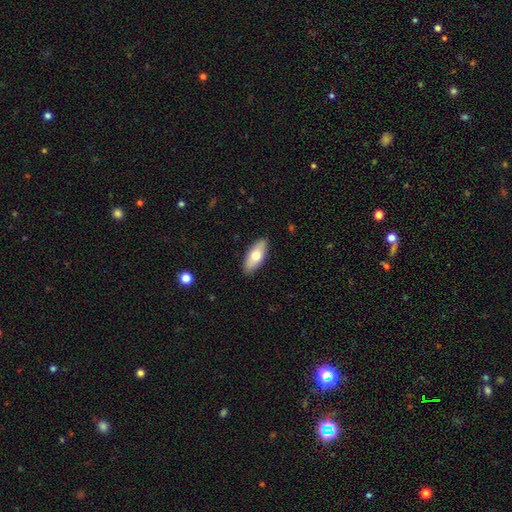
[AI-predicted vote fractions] Smooth or featured?
  - smooth: 73% *
  - featured or disk: 22%
  - star or artifact: 5%
How rounded?
  - in between: 81% *
  - cigar-shaped: 16%
  - round: 2%
Merging?
  - none: 89% *
  - minor disturbance: 8%
  - major disturbance: 2%
  - merger: 1%